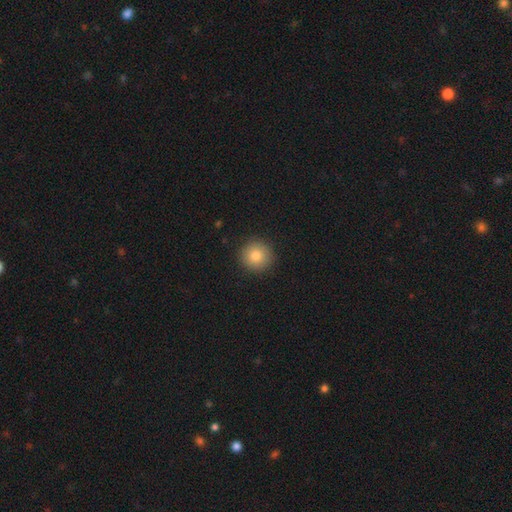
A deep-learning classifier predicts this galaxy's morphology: Q: Smooth or featured?
A: smooth (82%); runner-up: star or artifact (10%)
Q: How rounded?
A: round (95%); runner-up: in between (4%)
Q: Merging?
A: none (92%); runner-up: minor disturbance (6%)